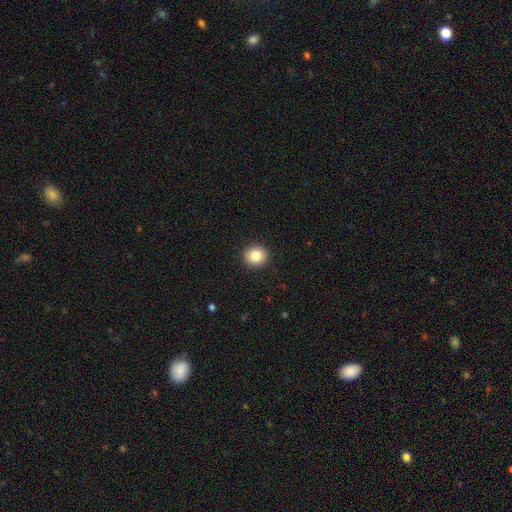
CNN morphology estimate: This appears to be a smooth galaxy with no disk features (83%) that is round (89%). Merging: none (93%).